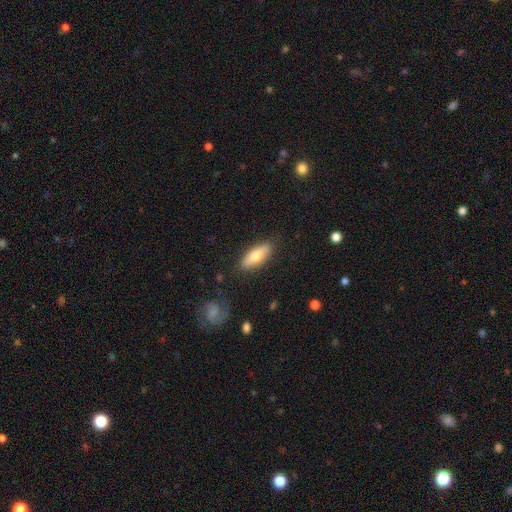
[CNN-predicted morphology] Smooth or featured?
  - smooth: 65% *
  - featured or disk: 29%
  - star or artifact: 6%
How rounded?
  - in between: 62% *
  - cigar-shaped: 35%
  - round: 3%
Merging?
  - none: 85% *
  - minor disturbance: 11%
  - major disturbance: 2%
  - merger: 2%